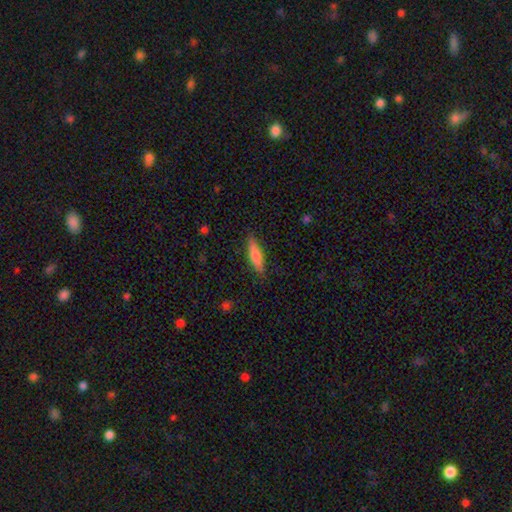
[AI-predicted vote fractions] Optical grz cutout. It shows a smooth galaxy with no disk features (73%) that is cigar-shaped (68%). Merging: none (84%).